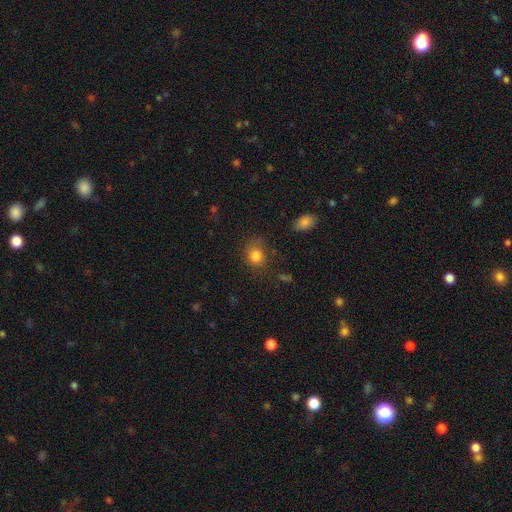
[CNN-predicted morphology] This is clearly a smooth galaxy (82%). How rounded: likely round (61%). Merging: likely none (64%).